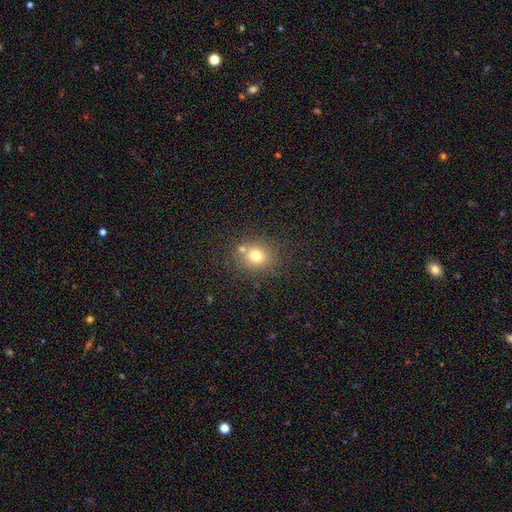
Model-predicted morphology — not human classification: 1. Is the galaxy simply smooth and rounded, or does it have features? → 74% smooth, 14% star or artifact, 11% featured or disk.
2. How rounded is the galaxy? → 80% round, 20% in between, 1% cigar-shaped.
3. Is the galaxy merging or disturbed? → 68% none, 19% merger, 10% minor disturbance, 3% major disturbance.